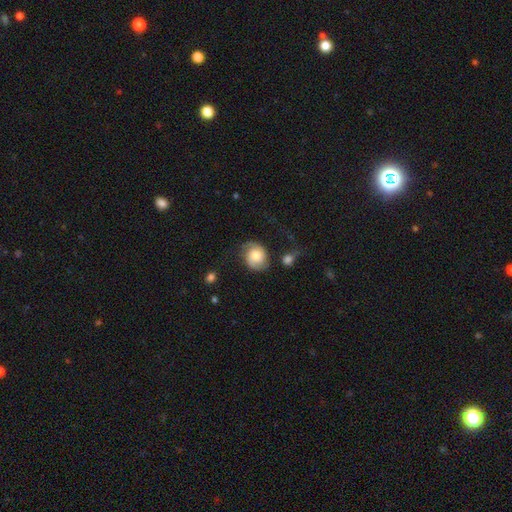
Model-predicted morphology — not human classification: featured or disk 50%, smooth 42%, star or artifact 8%. Down the decision tree: edge-on disk — no (97%); merging — none (55%).